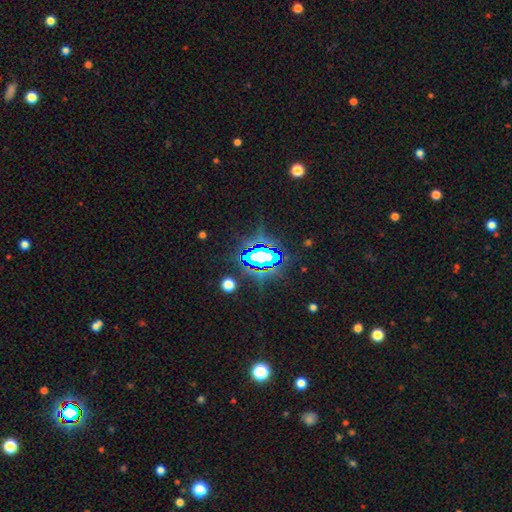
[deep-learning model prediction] This appears to be a star or artifact, not a galaxy (71%).